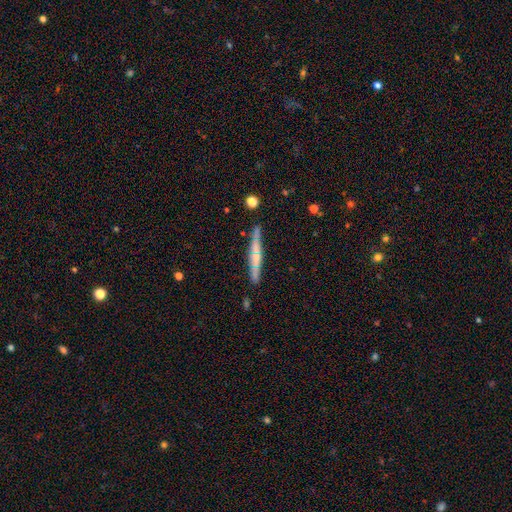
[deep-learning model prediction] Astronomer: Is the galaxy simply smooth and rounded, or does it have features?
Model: featured or disk — 58% (runner-up: smooth, 35%).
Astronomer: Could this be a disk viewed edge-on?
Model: yes — 92%.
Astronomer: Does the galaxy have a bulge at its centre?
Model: rounded — 48% (runner-up: none, 43%).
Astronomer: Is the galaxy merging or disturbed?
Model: none — 81%.